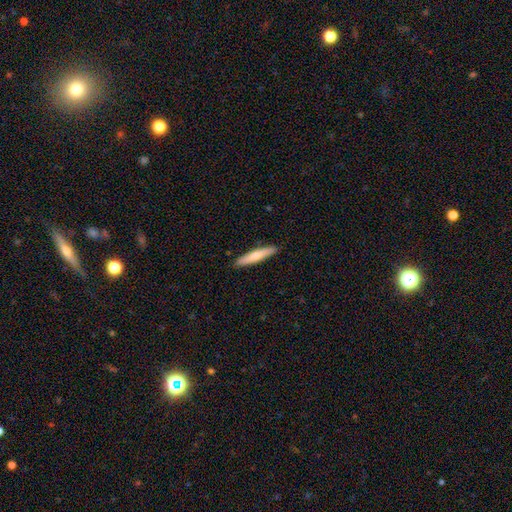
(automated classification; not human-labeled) This is likely a smooth galaxy (70%). How rounded: clearly cigar-shaped (91%). Merging: clearly none (91%).